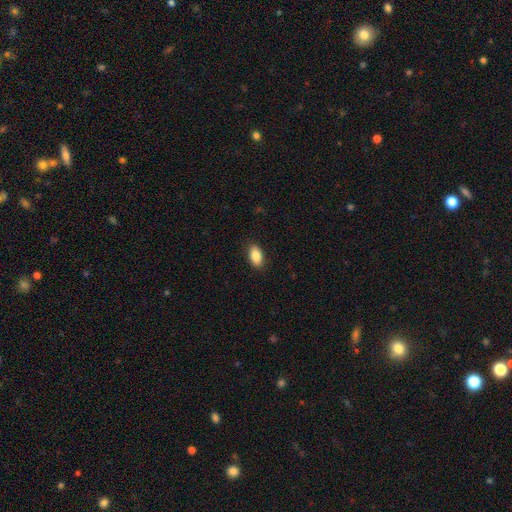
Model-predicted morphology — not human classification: This is clearly a smooth galaxy (87%). How rounded: clearly in between (92%). Merging: clearly none (88%).